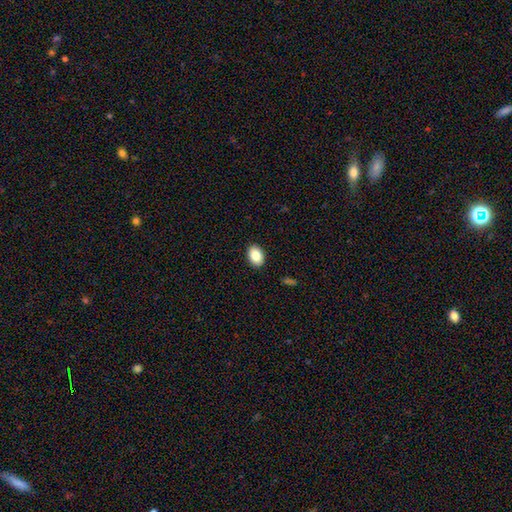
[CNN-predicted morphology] The model was most divided on "how rounded": in between: 80%, round: 19%, cigar-shaped: 1%. More confident: merging — none (90%); smooth or featured — smooth (86%).